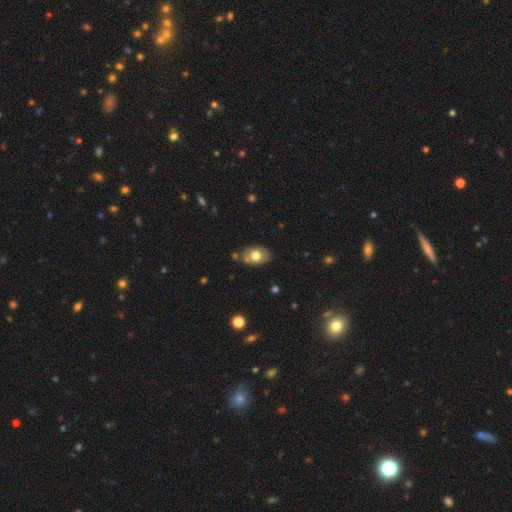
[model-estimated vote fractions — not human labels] Smooth or featured: smooth — 70% (featured or disk — 22%)
How rounded: in between — 84% (round — 15%)
Merging: none — 70% (minor disturbance — 18%)